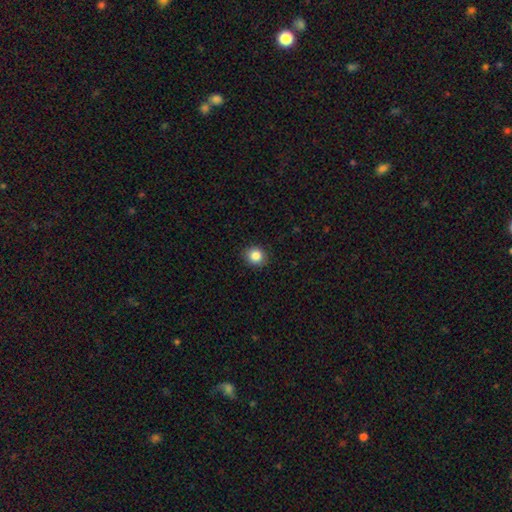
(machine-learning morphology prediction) smooth-or-featured: smooth: 85% | star or artifact: 10% | featured or disk: 5%
  how-rounded: round: 84% | in between: 15% | cigar-shaped: 1%
  merging: none: 91% | minor disturbance: 6% | major disturbance: 2% | merger: 1%